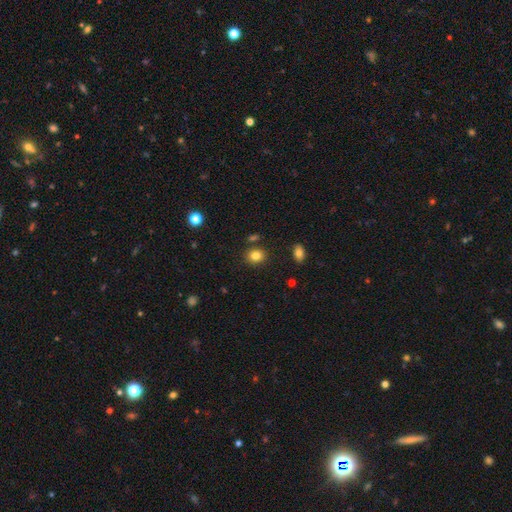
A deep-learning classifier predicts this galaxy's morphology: This appears to be a smooth galaxy with no disk features (83%) that is round (71%). Merging: none (85%).